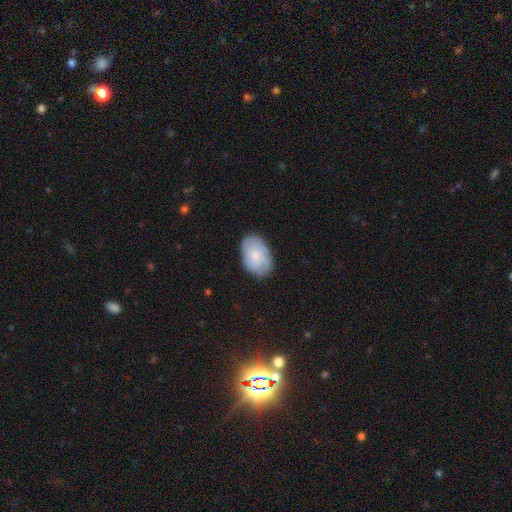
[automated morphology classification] Q: Smooth or featured?
A: smooth (67%); runner-up: featured or disk (27%)
Q: How rounded?
A: in between (88%); runner-up: round (11%)
Q: Merging?
A: none (78%); runner-up: minor disturbance (17%)